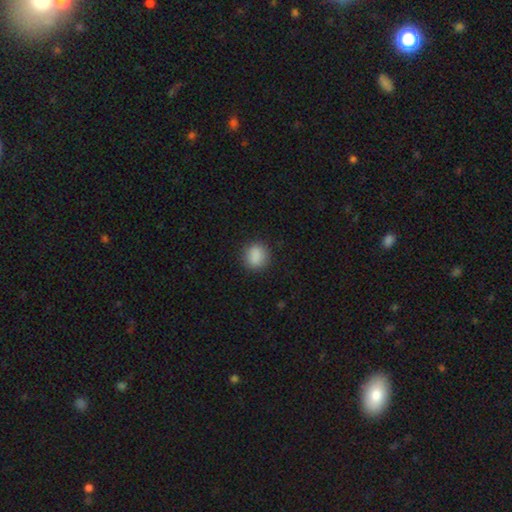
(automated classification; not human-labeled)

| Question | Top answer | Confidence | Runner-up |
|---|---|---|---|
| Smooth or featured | smooth | 87% | star or artifact (9%) |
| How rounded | round | 70% | in between (28%) |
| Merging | none | 86% | minor disturbance (10%) |